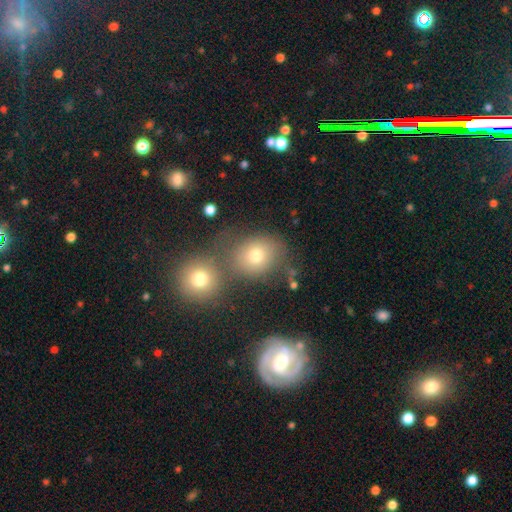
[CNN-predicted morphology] This is likely a smooth galaxy (72%). How rounded: likely round (67%). Merging: possibly none (55%).